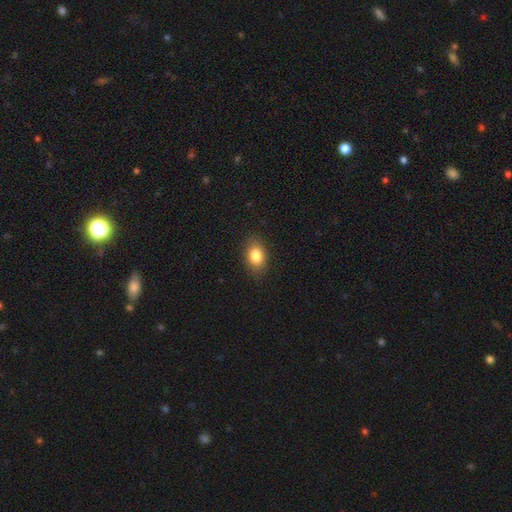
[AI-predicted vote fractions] Morphology: type=smooth (83%); roundness=in between (78%); merging=none (86%).